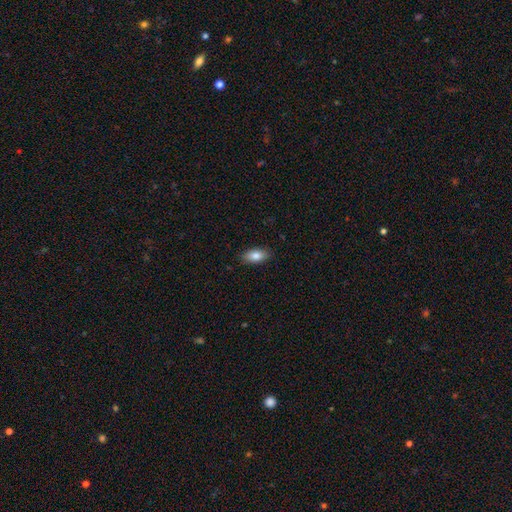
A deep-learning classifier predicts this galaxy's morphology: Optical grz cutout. It shows a smooth galaxy with no disk features (84%) that is in between round and cigar-shaped (90%). Merging: none (88%).